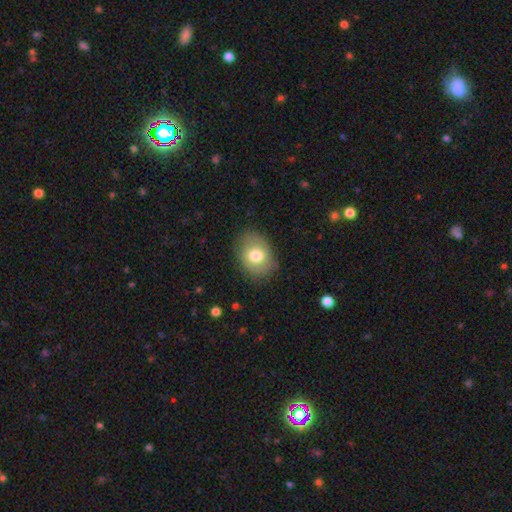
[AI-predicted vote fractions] Overall: smooth (72%). How rounded: in between (64%; round 35%). Merging: none (76%).